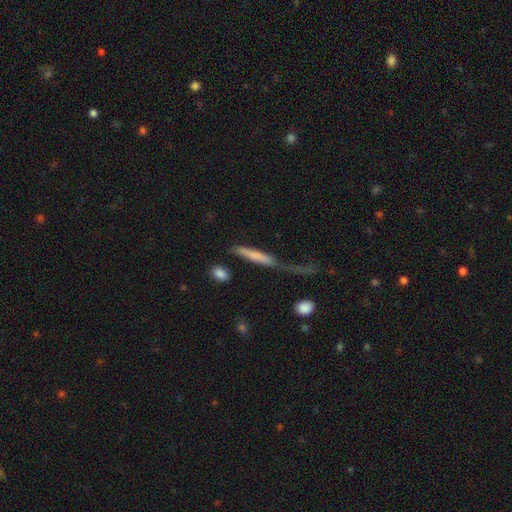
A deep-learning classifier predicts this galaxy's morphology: Smooth or featured: smooth — 64% (featured or disk — 28%)
How rounded: cigar-shaped — 86% (in between — 11%)
Merging: major disturbance — 34% (none — 33%)